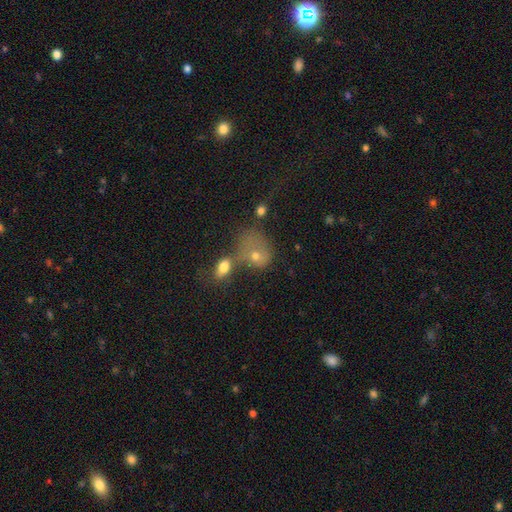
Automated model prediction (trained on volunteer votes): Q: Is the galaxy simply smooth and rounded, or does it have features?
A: smooth — 62%.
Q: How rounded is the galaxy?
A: in between — 50%.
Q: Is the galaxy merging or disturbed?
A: merger — 48%.